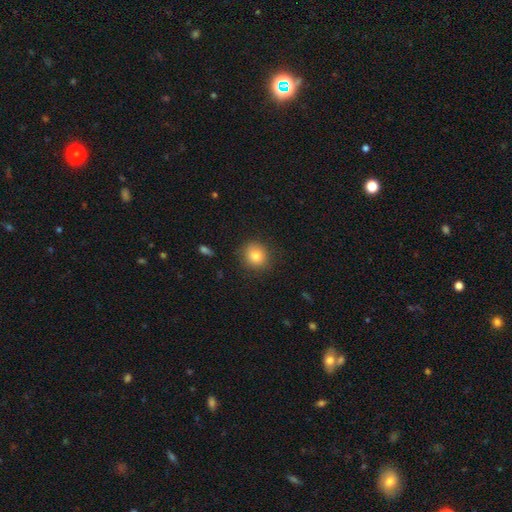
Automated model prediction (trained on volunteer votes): A smooth galaxy with no disk features (82%) that is round (85%).

Vote fractions:
- Smooth or featured? smooth: 82% / star or artifact: 10% / featured or disk: 8%
- How rounded? round: 85% / in between: 15% / cigar-shaped: 1%
- Merging? none: 86% / minor disturbance: 10% / major disturbance: 3% / merger: 1%